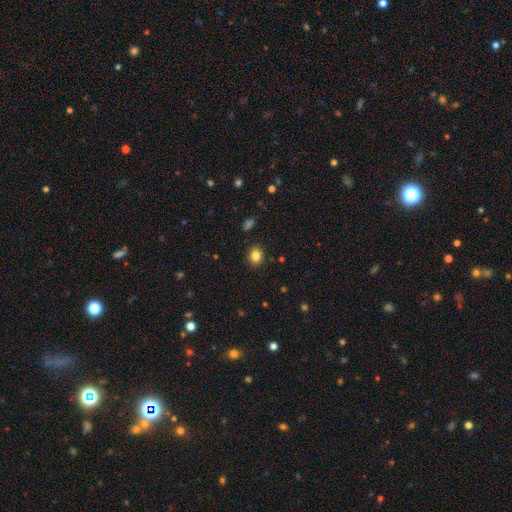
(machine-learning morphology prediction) Smooth or featured? smooth (84%)
How rounded? round (56%)
Merging? none (88%)